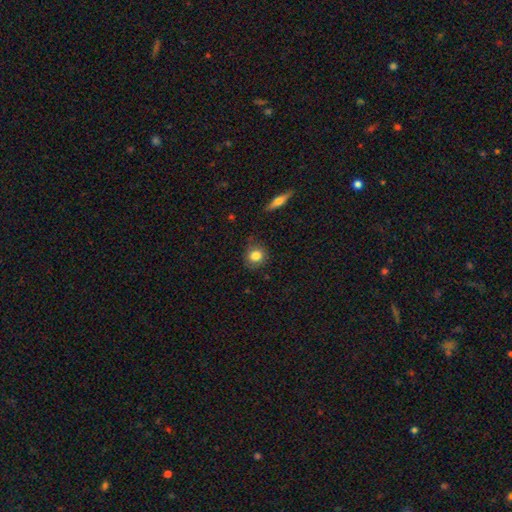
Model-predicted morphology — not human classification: Overall: smooth (83%). How rounded: round (82%). Merging: none (80%).